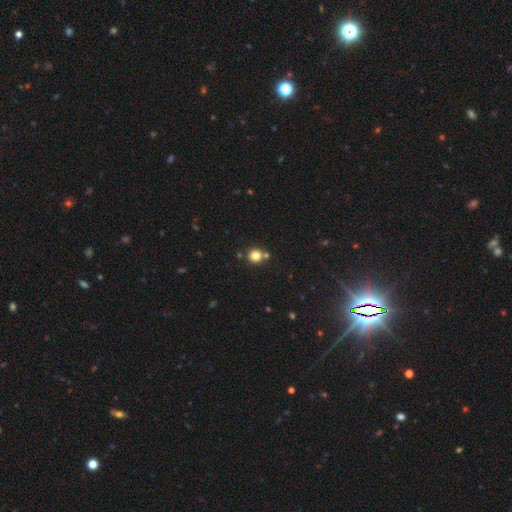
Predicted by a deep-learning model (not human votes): Smooth or featured? smooth (80%)
How rounded? round (91%)
Merging? none (75%)